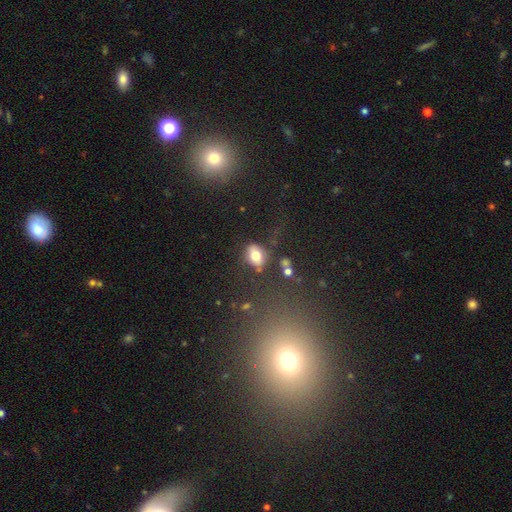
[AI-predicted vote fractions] smooth_or_featured: smooth (p=0.74) [alt: featured or disk p=0.15]
how_rounded: in between (p=0.71) [alt: round p=0.26]
merging: none (p=0.63) [alt: minor disturbance p=0.20]